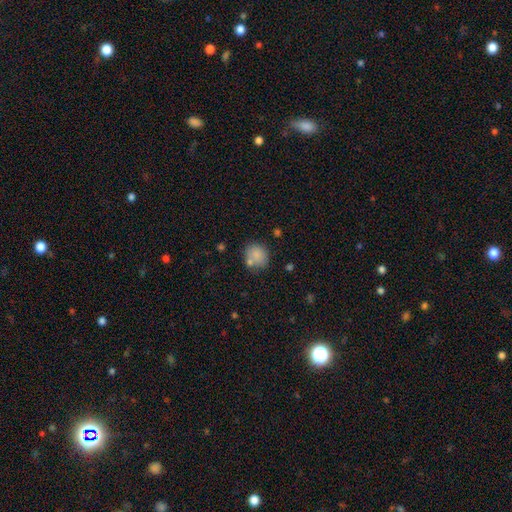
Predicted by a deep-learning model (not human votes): Smooth or featured: smooth — 82% (star or artifact — 9%)
How rounded: round — 77% (in between — 22%)
Merging: none — 65% (merger — 15%)